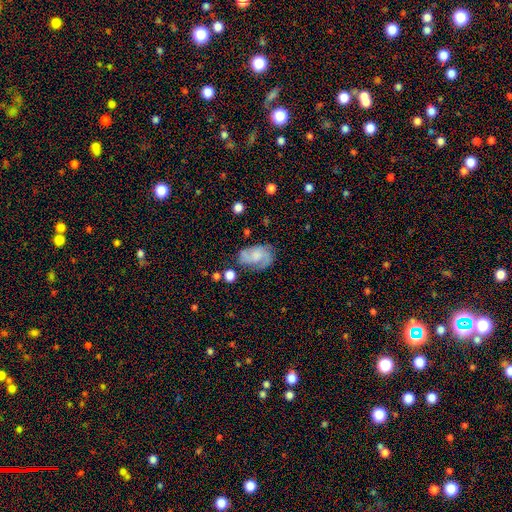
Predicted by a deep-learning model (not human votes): Smooth or featured? Predicted: featured or disk (p=0.60). Edge-on disk? Predicted: no (p=0.97). Bar? Predicted: no (p=0.67). Spiral arms? Predicted: yes (p=0.86). Spiral winding? Predicted: medium (p=0.44). Spiral arm count? Predicted: 2 (p=0.53). Bulge size? Predicted: none (p=0.38). Merging? Predicted: none (p=0.57).